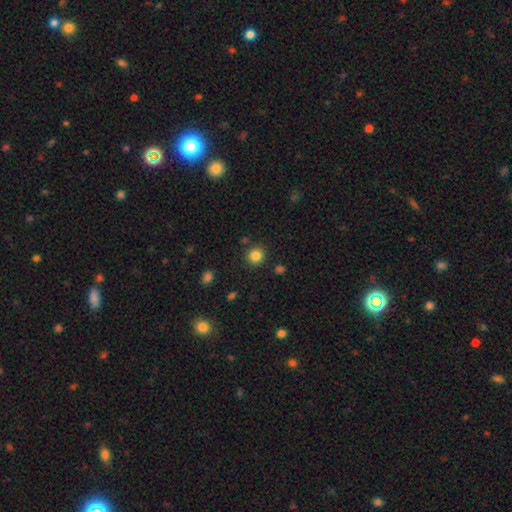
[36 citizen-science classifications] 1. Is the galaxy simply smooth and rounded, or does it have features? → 89% smooth, 6% featured or disk, 6% star or artifact.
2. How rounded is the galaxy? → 91% round, 6% in between, 3% cigar-shaped.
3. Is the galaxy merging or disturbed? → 85% none, 12% major disturbance, 3% minor disturbance, 0% merger.